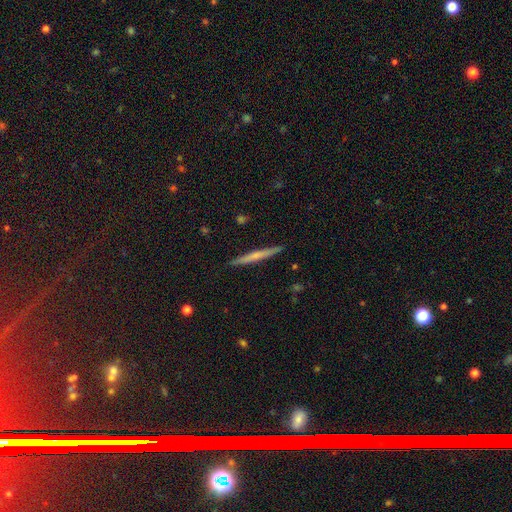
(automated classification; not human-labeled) A featured or disk galaxy (49%).

Vote fractions:
- Smooth or featured? featured or disk: 49% / smooth: 45% / star or artifact: 6%
- Merging? none: 91% / minor disturbance: 6% / major disturbance: 1% / merger: 1%